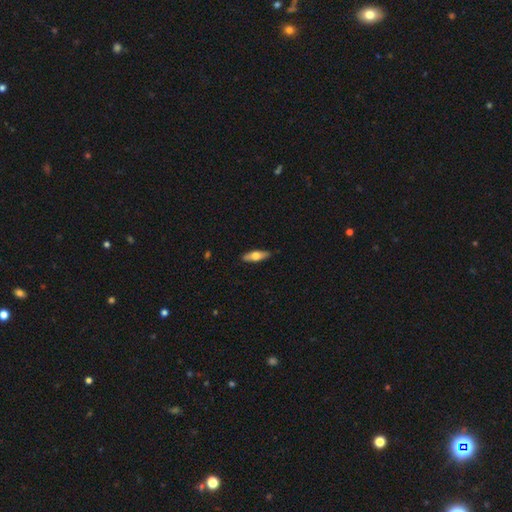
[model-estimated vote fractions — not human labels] A smooth galaxy with no disk features (59%) that is in between round and cigar-shaped (55%).

Vote fractions:
- Smooth or featured? smooth: 59% / featured or disk: 36% / star or artifact: 6%
- How rounded? in between: 55% / cigar-shaped: 42% / round: 2%
- Merging? none: 86% / minor disturbance: 11% / major disturbance: 2% / merger: 1%